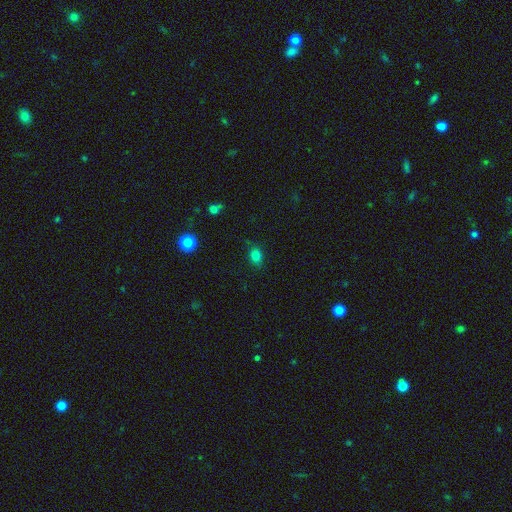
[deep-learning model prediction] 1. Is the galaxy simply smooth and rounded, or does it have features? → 80% smooth, 14% star or artifact, 6% featured or disk.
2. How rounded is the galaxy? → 57% in between, 42% round, 1% cigar-shaped.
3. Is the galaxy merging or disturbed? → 78% none, 17% minor disturbance, 4% major disturbance, 2% merger.